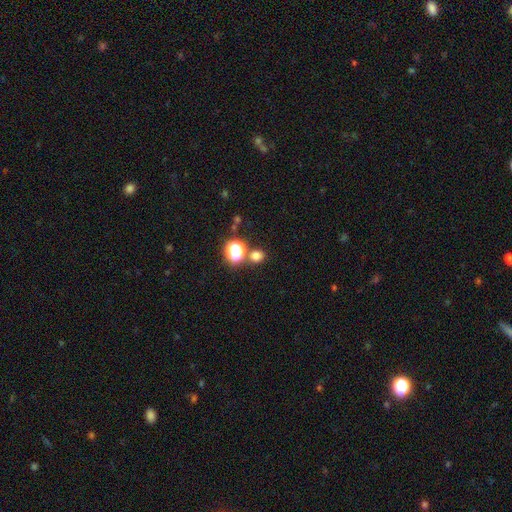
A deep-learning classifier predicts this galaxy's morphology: This is likely a smooth galaxy (71%). How rounded: likely round (76%). Merging: likely none (75%).